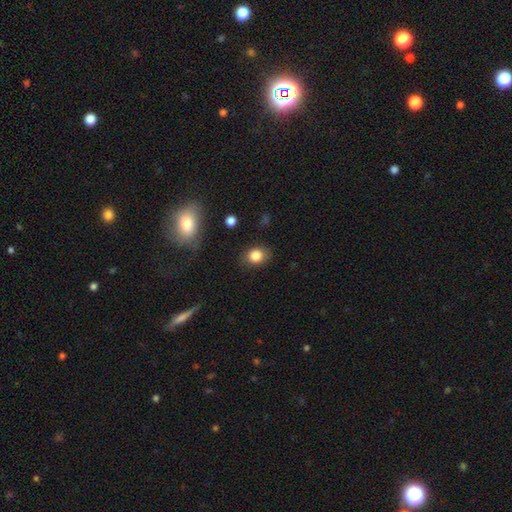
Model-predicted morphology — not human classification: The model was most divided on "how rounded": round: 58%, in between: 41%, cigar-shaped: 1%. More confident: smooth or featured — smooth (84%); merging — none (81%).